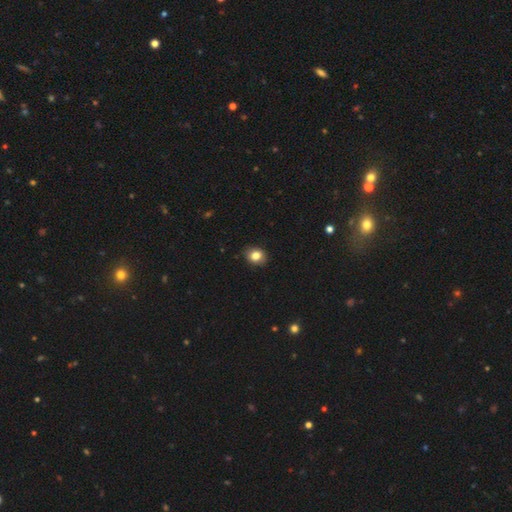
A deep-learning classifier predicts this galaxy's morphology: Smooth or featured? smooth (83%)
How rounded? round (56%)
Merging? none (87%)